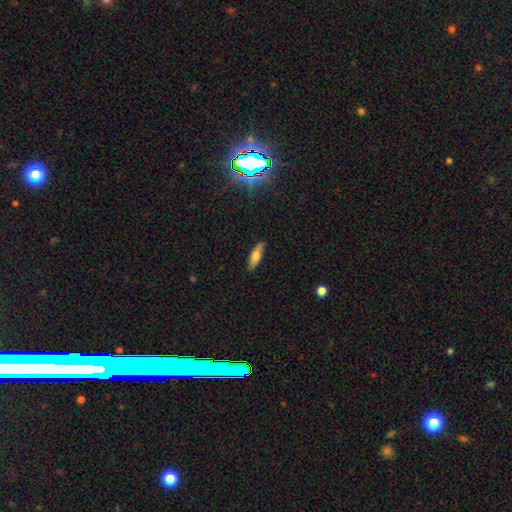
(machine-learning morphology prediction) smooth-or-featured: smooth: 67% | featured or disk: 26% | star or artifact: 7%
  how-rounded: cigar-shaped: 53% | in between: 45% | round: 2%
  merging: none: 86% | minor disturbance: 11% | major disturbance: 2% | merger: 1%